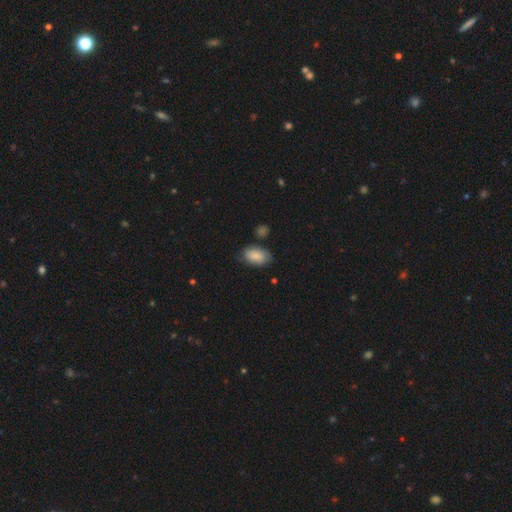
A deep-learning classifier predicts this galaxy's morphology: Q: Smooth or featured?
A: smooth (76%); runner-up: featured or disk (17%)
Q: How rounded?
A: in between (92%); runner-up: round (6%)
Q: Merging?
A: none (69%); runner-up: minor disturbance (22%)